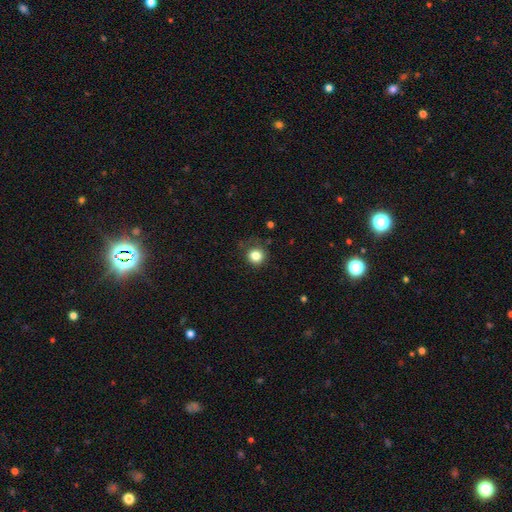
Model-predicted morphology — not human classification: Q: Smooth or featured?
A: smooth (82%); runner-up: star or artifact (12%)
Q: How rounded?
A: round (90%); runner-up: in between (9%)
Q: Merging?
A: none (77%); runner-up: minor disturbance (16%)